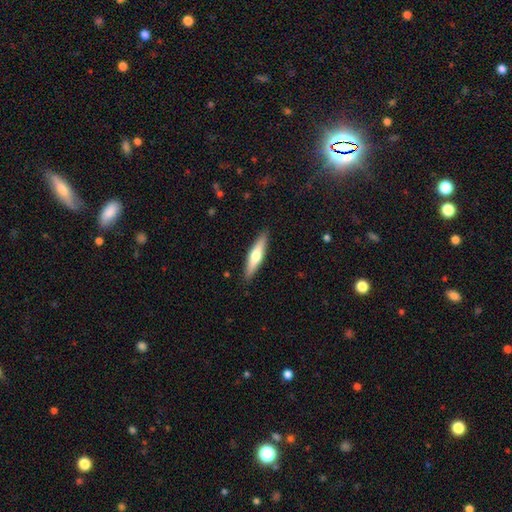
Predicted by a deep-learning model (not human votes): Q: Smooth or featured?
A: smooth (51%); runner-up: featured or disk (44%)
Q: How rounded?
A: cigar-shaped (80%); runner-up: in between (18%)
Q: Merging?
A: none (90%); runner-up: minor disturbance (8%)